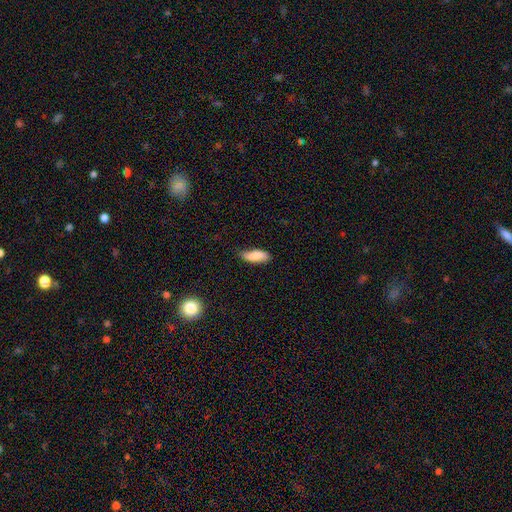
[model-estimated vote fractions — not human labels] Morphology: type=smooth (83%); roundness=in between (75%); merging=none (65%).